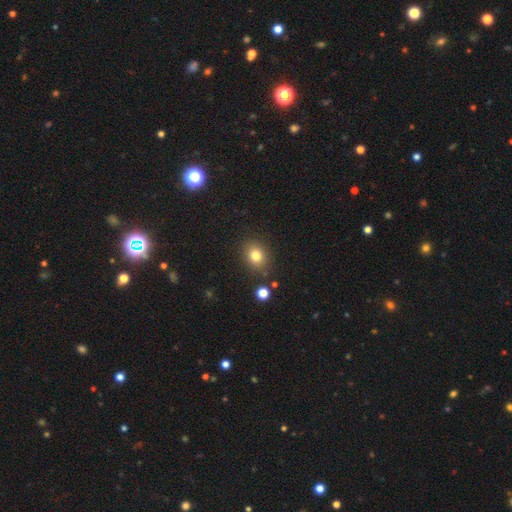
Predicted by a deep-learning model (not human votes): The model was most divided on "how rounded": round: 59%, in between: 40%, cigar-shaped: 1%. More confident: merging — none (84%); smooth or featured — smooth (80%).